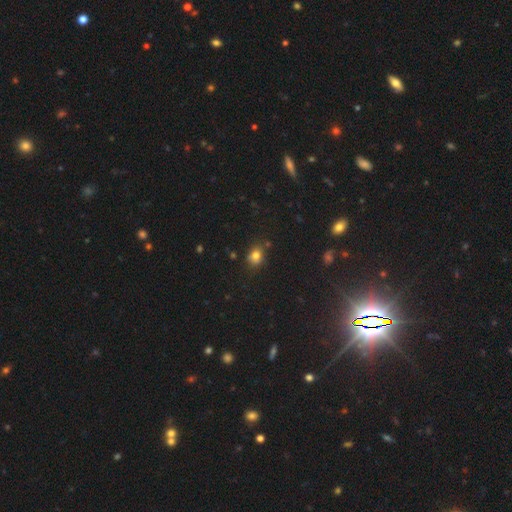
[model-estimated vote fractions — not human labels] Q: Smooth or featured?
A: smooth (76%); runner-up: star or artifact (15%)
Q: How rounded?
A: round (62%); runner-up: in between (37%)
Q: Merging?
A: none (71%); runner-up: minor disturbance (17%)